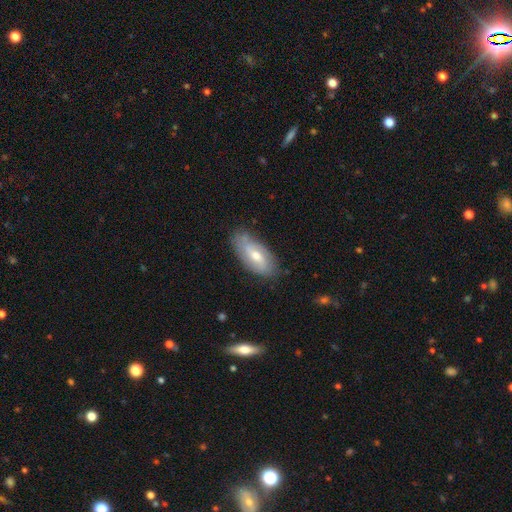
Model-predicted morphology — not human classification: This is possibly a featured or disk galaxy (49%). Merging: likely none (73%).